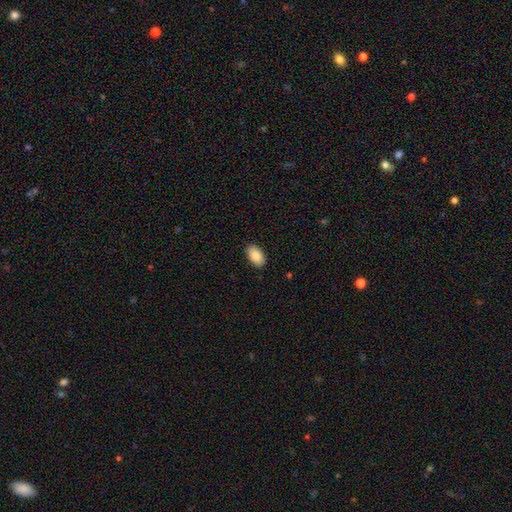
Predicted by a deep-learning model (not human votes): The model was most divided on "merging": none: 88%, minor disturbance: 9%, major disturbance: 2%, merger: 1%. More confident: how rounded — in between (94%); smooth or featured — smooth (87%).